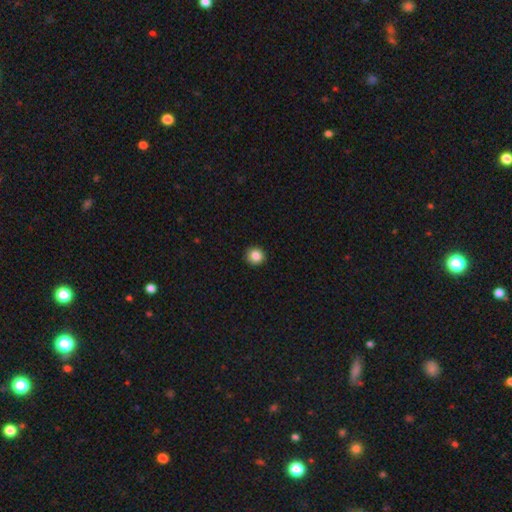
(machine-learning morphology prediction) Smooth or featured?
  - smooth: 86% *
  - star or artifact: 10%
  - featured or disk: 5%
How rounded?
  - round: 92% *
  - in between: 7%
  - cigar-shaped: 1%
Merging?
  - none: 92% *
  - minor disturbance: 5%
  - major disturbance: 1%
  - merger: 1%